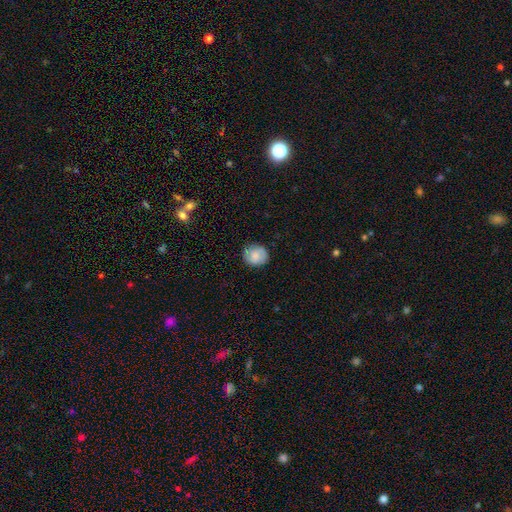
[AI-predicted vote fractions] Smooth or featured? smooth (69%)
How rounded? round (80%)
Merging? none (80%)